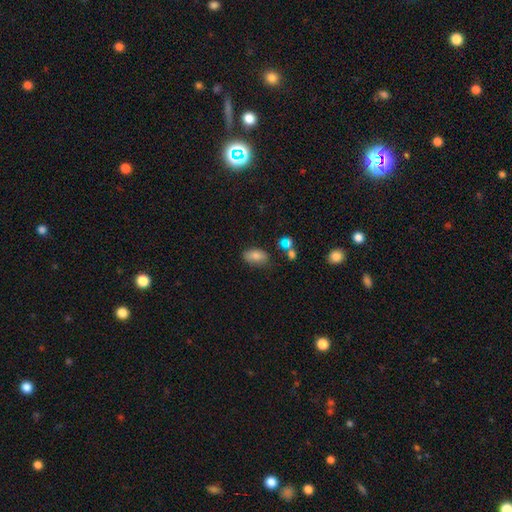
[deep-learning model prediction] smooth-or-featured: smooth: 81% | featured or disk: 10% | star or artifact: 9%
  how-rounded: in between: 91% | round: 7% | cigar-shaped: 3%
  merging: none: 69% | minor disturbance: 20% | merger: 6% | major disturbance: 5%